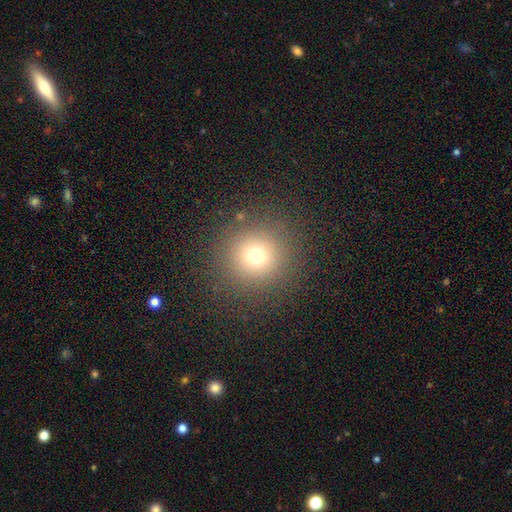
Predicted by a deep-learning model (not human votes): Smooth or featured: smooth — 71% (star or artifact — 19%)
How rounded: round — 94% (in between — 5%)
Merging: none — 88% (minor disturbance — 6%)